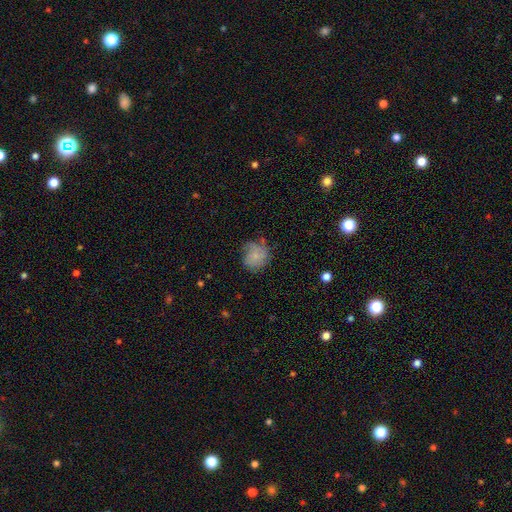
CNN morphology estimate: Smooth or featured: smooth — 64% (featured or disk — 28%)
How rounded: round — 78% (in between — 21%)
Merging: none — 54% (minor disturbance — 29%)